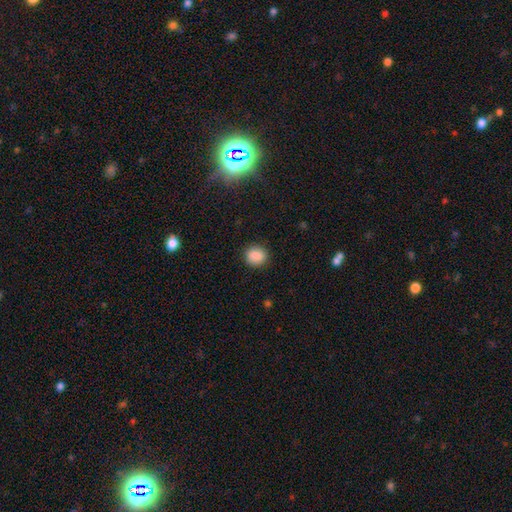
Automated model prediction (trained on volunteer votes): Smooth or featured: smooth — 88% (star or artifact — 9%)
How rounded: round — 79% (in between — 20%)
Merging: none — 89% (minor disturbance — 7%)